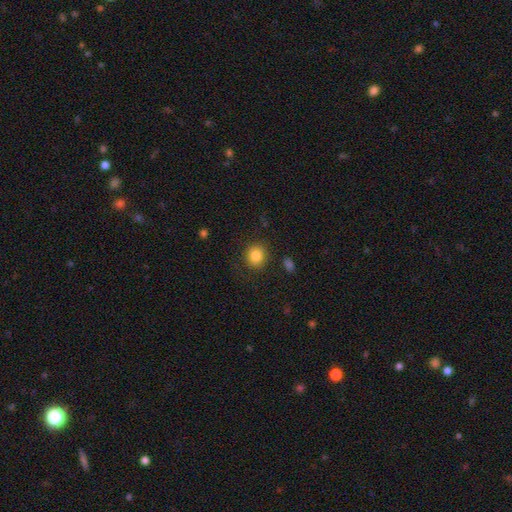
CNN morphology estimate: Smooth or featured?
  - smooth: 85% *
  - star or artifact: 10%
  - featured or disk: 5%
How rounded?
  - round: 83% *
  - in between: 16%
  - cigar-shaped: 1%
Merging?
  - none: 87% *
  - minor disturbance: 8%
  - major disturbance: 3%
  - merger: 2%